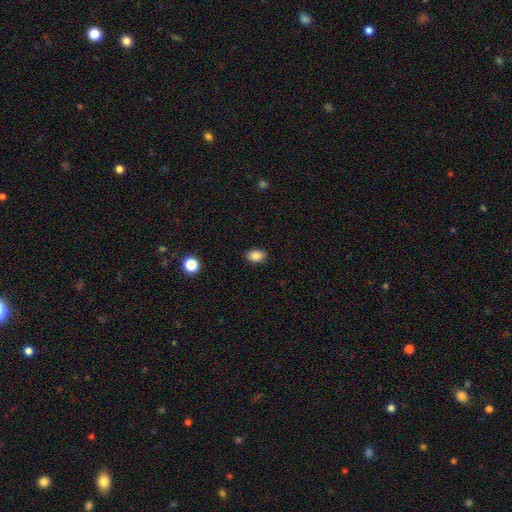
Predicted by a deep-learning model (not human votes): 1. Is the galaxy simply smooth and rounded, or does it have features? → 86% smooth, 9% star or artifact, 5% featured or disk.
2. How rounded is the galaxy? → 78% in between, 20% round, 1% cigar-shaped.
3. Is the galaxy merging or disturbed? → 88% none, 9% minor disturbance, 2% major disturbance, 1% merger.